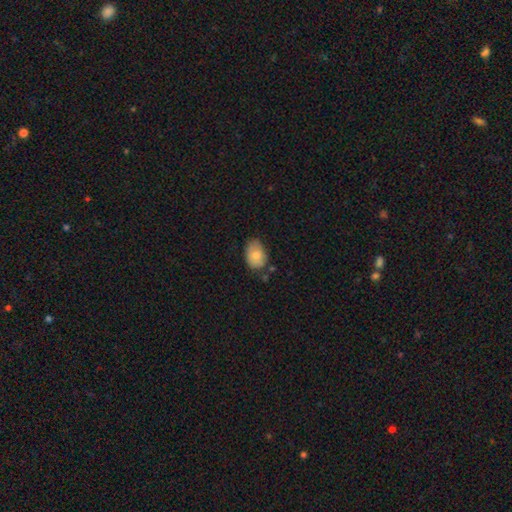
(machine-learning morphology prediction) type=smooth (77%); roundness=in between (81%); merging=none (55%).